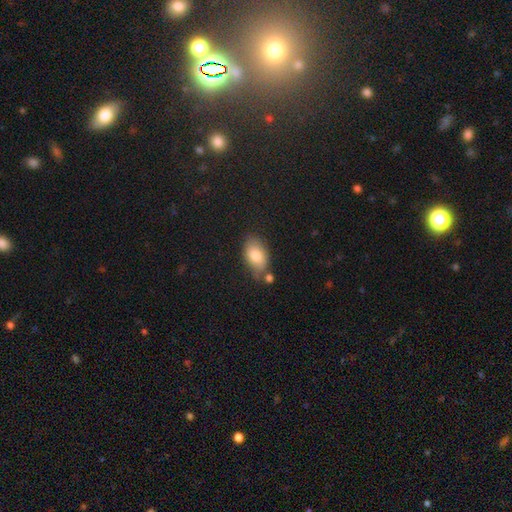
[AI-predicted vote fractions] This is clearly a smooth galaxy (81%). How rounded: clearly in between (91%). Merging: likely none (65%).